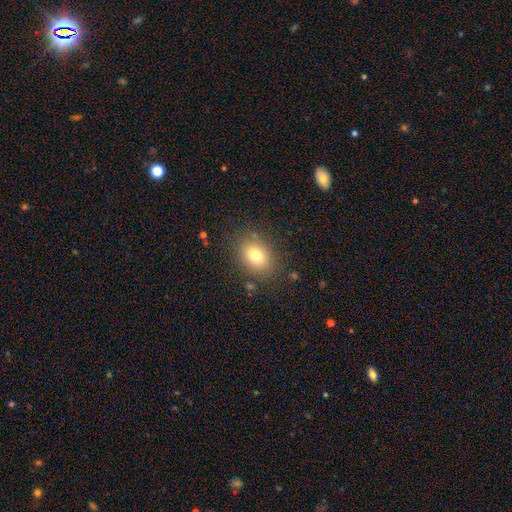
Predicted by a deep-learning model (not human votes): Smooth or featured: smooth — 76% (star or artifact — 12%)
How rounded: in between — 60% (round — 39%)
Merging: none — 83% (minor disturbance — 11%)